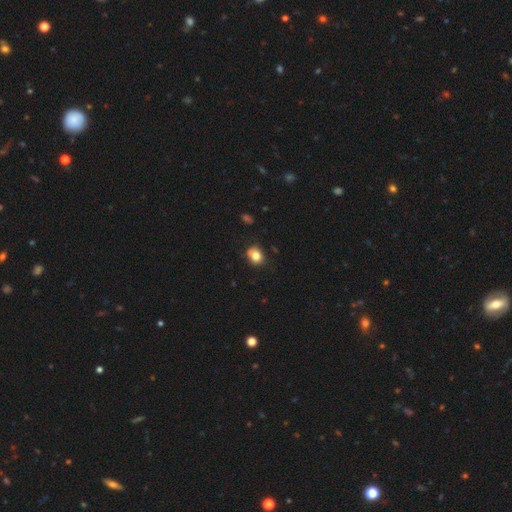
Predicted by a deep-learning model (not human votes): Smooth or featured? Predicted: smooth (p=0.80). How rounded? Predicted: round (p=0.55). Merging? Predicted: none (p=0.71).